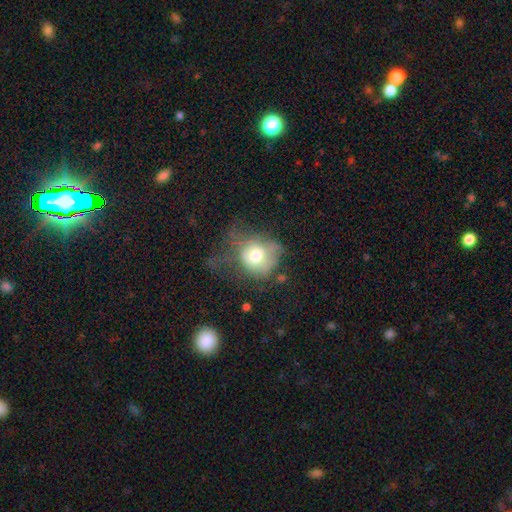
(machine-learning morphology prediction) Smooth or featured?
  - smooth: 64% *
  - featured or disk: 26%
  - star or artifact: 11%
How rounded?
  - round: 74% *
  - in between: 25%
  - cigar-shaped: 1%
Merging?
  - major disturbance: 42% *
  - none: 28%
  - minor disturbance: 26%
  - merger: 4%